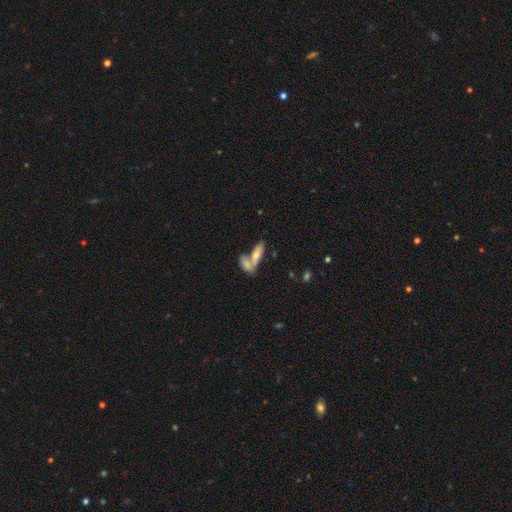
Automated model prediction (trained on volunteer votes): The model was most divided on "merging": merger: 56%, none: 32%, minor disturbance: 8%, major disturbance: 4%. More confident: smooth or featured — smooth (67%); how rounded — in between (63%).